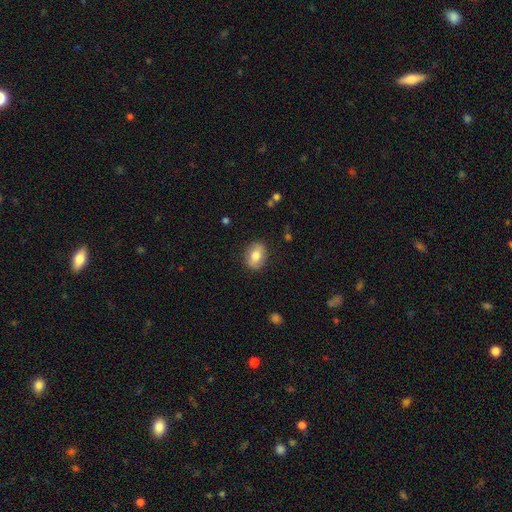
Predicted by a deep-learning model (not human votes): Morphology: type=smooth (74%); roundness=in between (66%); merging=none (85%).